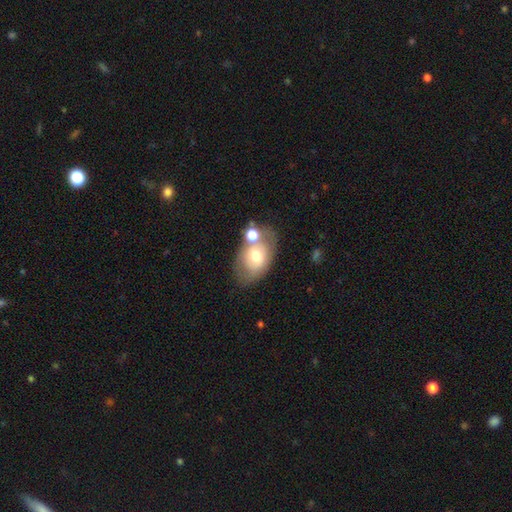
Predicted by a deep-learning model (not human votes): This appears to be a smooth galaxy with no disk features (59%) that is in between round and cigar-shaped (82%). Merging: none (48%).